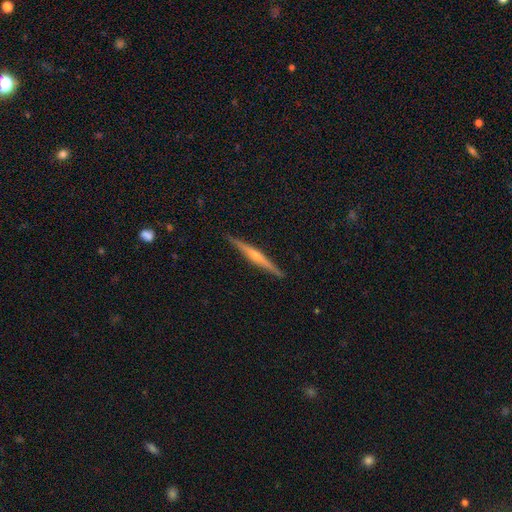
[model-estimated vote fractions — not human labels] Smooth or featured?
  - featured or disk: 72% *
  - smooth: 22%
  - star or artifact: 5%
Edge-on disk?
  - yes: 98% *
  - no: 2%
Edge-on bulge?
  - rounded: 67% *
  - none: 25%
  - boxy: 8%
Merging?
  - none: 92% *
  - minor disturbance: 6%
  - major disturbance: 1%
  - merger: 1%